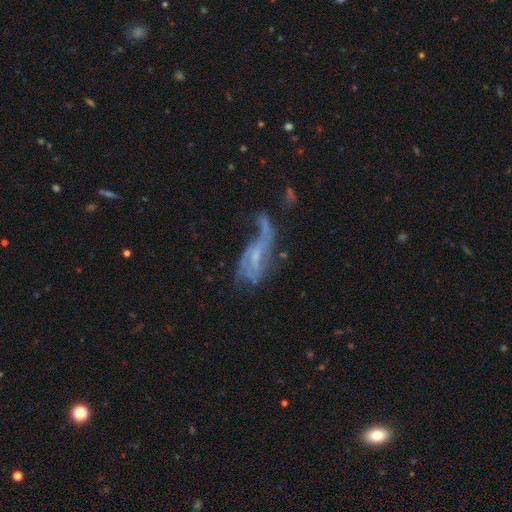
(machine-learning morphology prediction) featured or disk 68%, smooth 20%, star or artifact 12%. Down the decision tree: edge-on disk — no (89%); bar — no (51%); spiral arms — yes (62%); bulge size — small (60%); merging — major disturbance (41%).